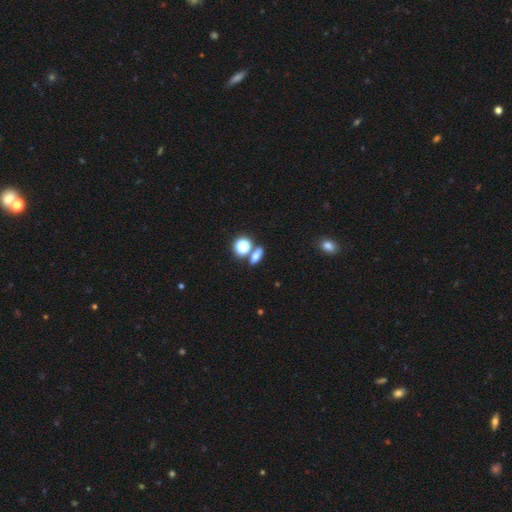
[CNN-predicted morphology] Smooth or featured: smooth — 67% (star or artifact — 18%)
How rounded: in between — 59% (round — 23%)
Merging: none — 68% (merger — 19%)